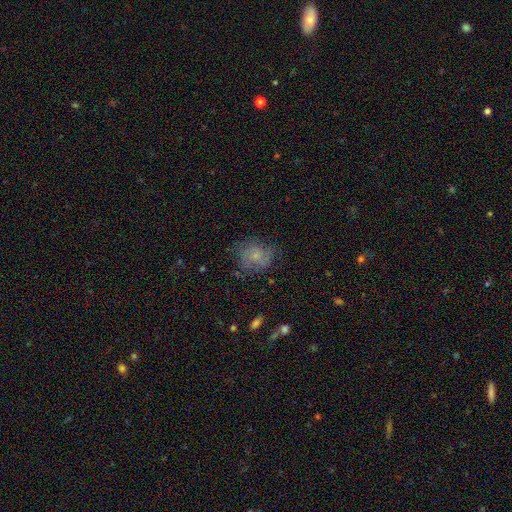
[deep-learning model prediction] This is possibly a smooth galaxy (60%). How rounded: likely round (68%). Merging: likely none (60%).